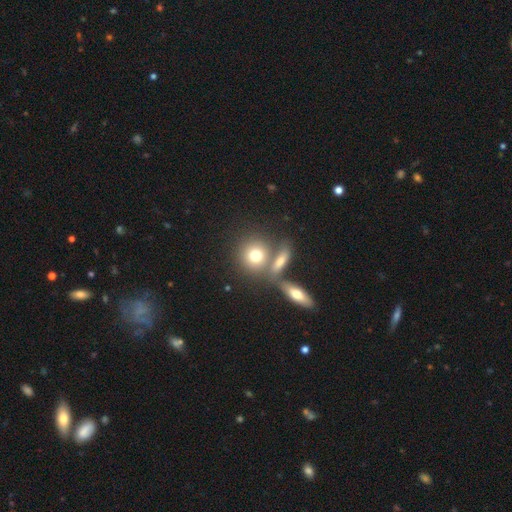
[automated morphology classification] The model was most divided on "merging": none: 54%, merger: 33%, minor disturbance: 9%, major disturbance: 4%. More confident: how rounded — round (77%); smooth or featured — smooth (73%).